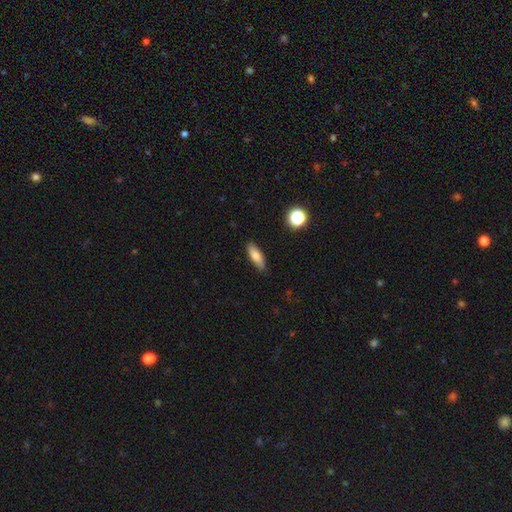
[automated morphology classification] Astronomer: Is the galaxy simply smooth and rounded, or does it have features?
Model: smooth — 77%.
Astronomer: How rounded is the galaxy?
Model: in between — 56% (runner-up: cigar-shaped, 41%).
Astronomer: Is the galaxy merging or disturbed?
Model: none — 80%.